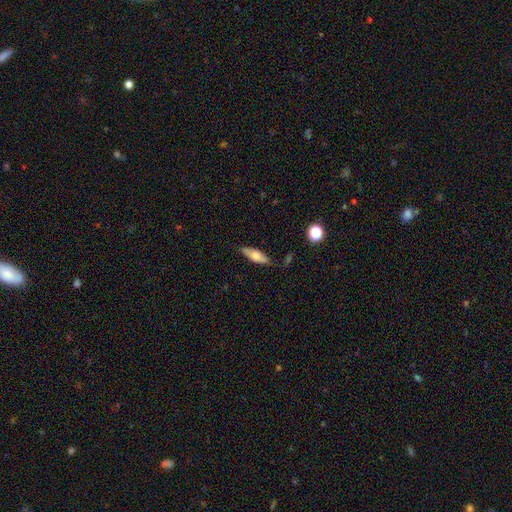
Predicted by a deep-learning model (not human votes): smooth-or-featured: smooth: 59% | featured or disk: 34% | star or artifact: 7%
  how-rounded: in between: 57% | cigar-shaped: 40% | round: 3%
  merging: none: 79% | minor disturbance: 16% | major disturbance: 3% | merger: 2%